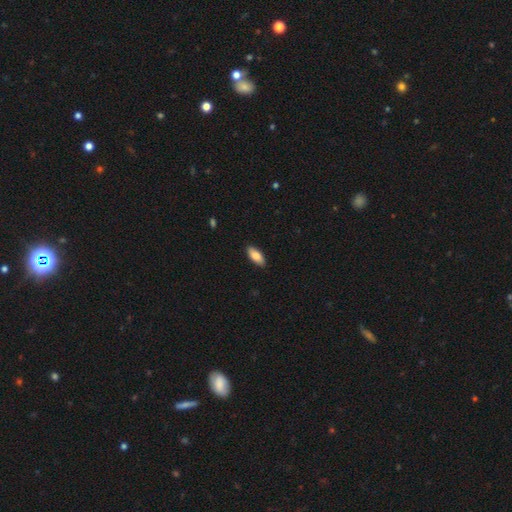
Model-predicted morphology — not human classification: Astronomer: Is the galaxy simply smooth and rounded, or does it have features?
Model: smooth — 81%.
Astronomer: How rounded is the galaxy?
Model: in between — 85%.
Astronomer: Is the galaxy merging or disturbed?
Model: none — 89%.